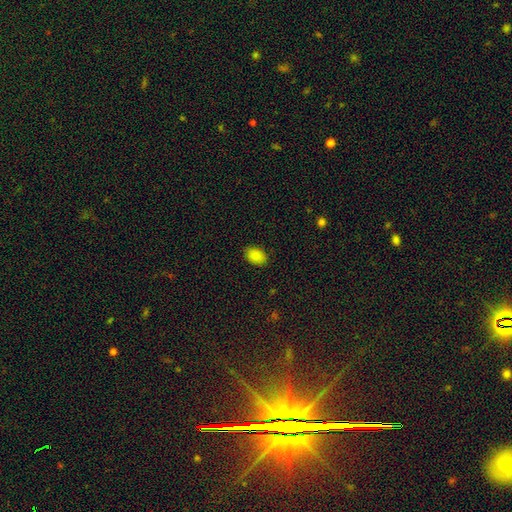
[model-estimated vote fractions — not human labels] Smooth or featured?
  - smooth: 87% *
  - star or artifact: 9%
  - featured or disk: 4%
How rounded?
  - in between: 86% *
  - round: 13%
  - cigar-shaped: 1%
Merging?
  - none: 88% *
  - minor disturbance: 9%
  - major disturbance: 2%
  - merger: 1%